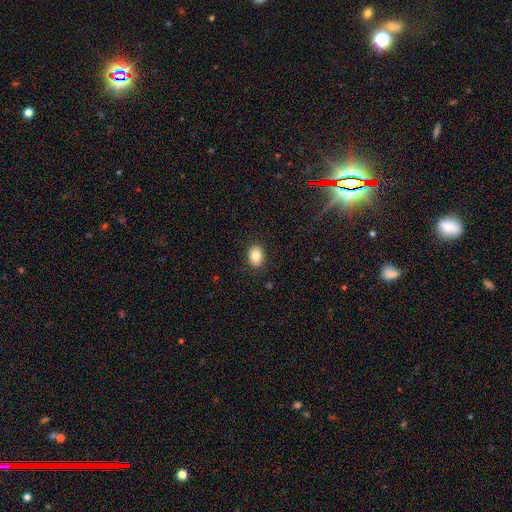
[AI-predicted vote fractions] Q: Smooth or featured?
A: smooth (83%); runner-up: featured or disk (9%)
Q: How rounded?
A: in between (73%); runner-up: round (26%)
Q: Merging?
A: none (88%); runner-up: minor disturbance (8%)